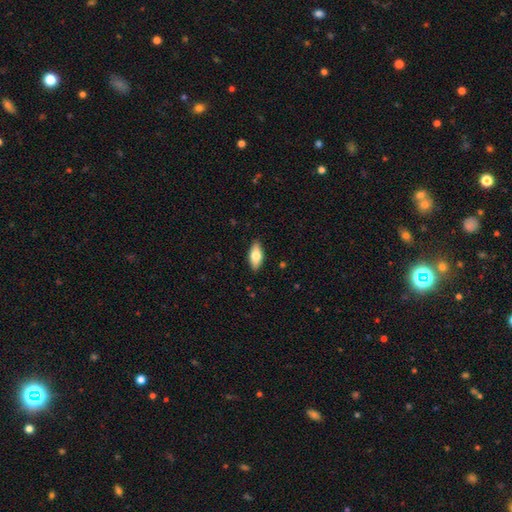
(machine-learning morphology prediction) Overall: smooth (74%). How rounded: in between (86%). Merging: none (88%).